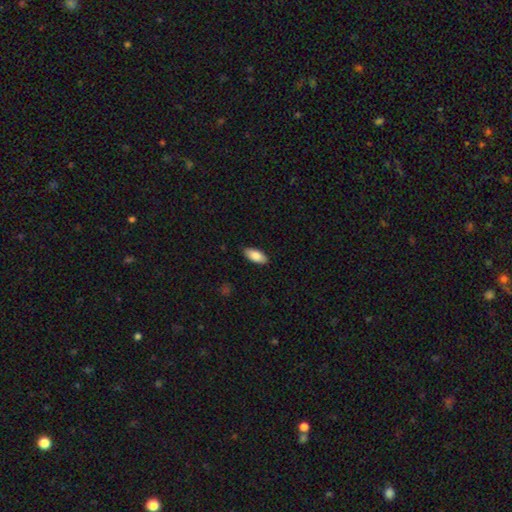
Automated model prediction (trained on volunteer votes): Q: Smooth or featured?
A: smooth (86%); runner-up: featured or disk (8%)
Q: How rounded?
A: in between (88%); runner-up: cigar-shaped (10%)
Q: Merging?
A: none (88%); runner-up: minor disturbance (9%)